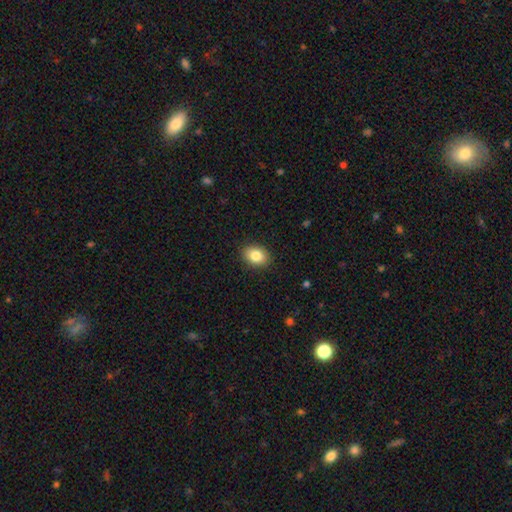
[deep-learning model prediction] A smooth galaxy with no disk features (84%) that is in between round and cigar-shaped (71%).

Vote fractions:
- Smooth or featured? smooth: 84% / star or artifact: 8% / featured or disk: 8%
- How rounded? in between: 71% / round: 28% / cigar-shaped: 1%
- Merging? none: 90% / minor disturbance: 8% / major disturbance: 2% / merger: 1%